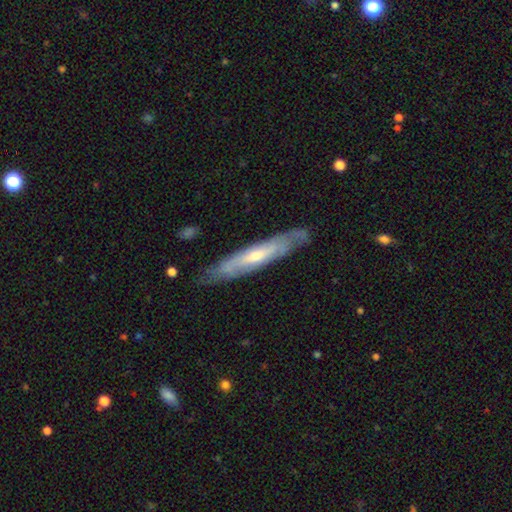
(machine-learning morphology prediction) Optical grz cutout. It shows a featured or disk galaxy (68%) viewed edge-on (62%). Merging: none (79%).